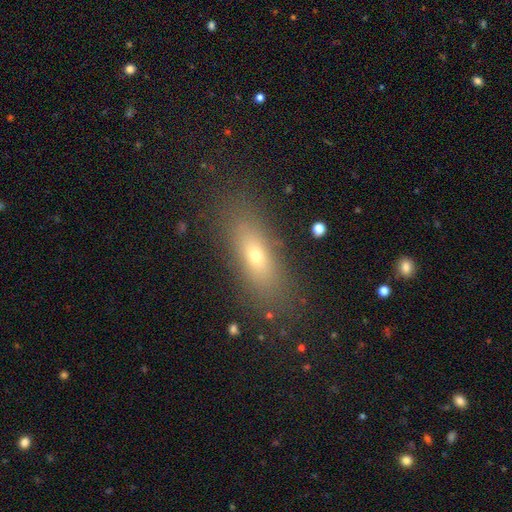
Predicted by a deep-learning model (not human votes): Smooth or featured: smooth — 67% (featured or disk — 21%)
How rounded: in between — 60% (cigar-shaped — 34%)
Merging: none — 81% (minor disturbance — 11%)